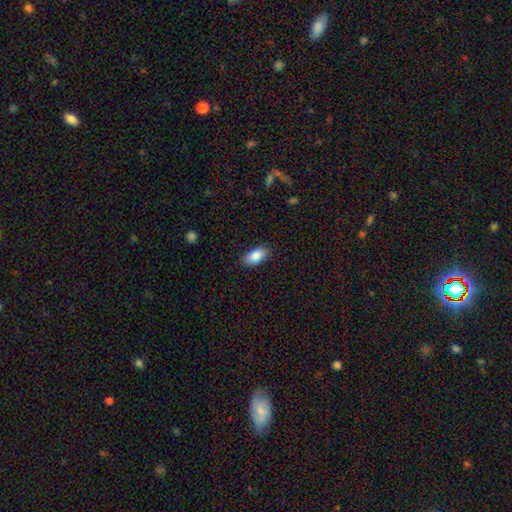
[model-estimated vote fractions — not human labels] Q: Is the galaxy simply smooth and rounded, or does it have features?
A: smooth — 86%.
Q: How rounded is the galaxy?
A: in between — 91%.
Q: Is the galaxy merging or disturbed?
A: none — 87%.